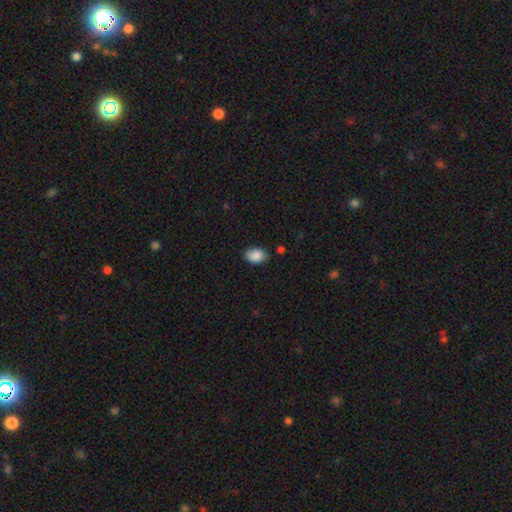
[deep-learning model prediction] smooth 89%, star or artifact 7%, featured or disk 4%. Down the decision tree: how rounded — in between (83%); merging — none (79%).